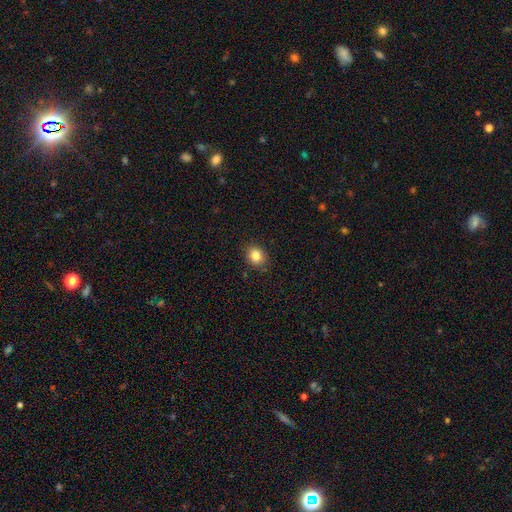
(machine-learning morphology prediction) Overall: smooth (84%). How rounded: round (56%; in between 43%). Merging: none (86%).